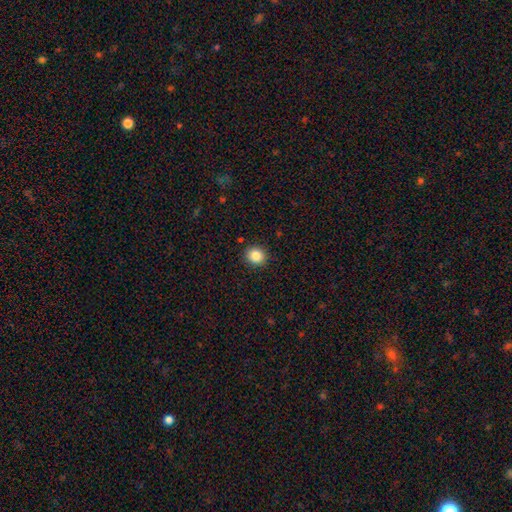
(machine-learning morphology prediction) smooth-or-featured: smooth: 85% | star or artifact: 10% | featured or disk: 5%
  how-rounded: round: 83% | in between: 17% | cigar-shaped: 1%
  merging: none: 91% | minor disturbance: 6% | major disturbance: 2% | merger: 1%